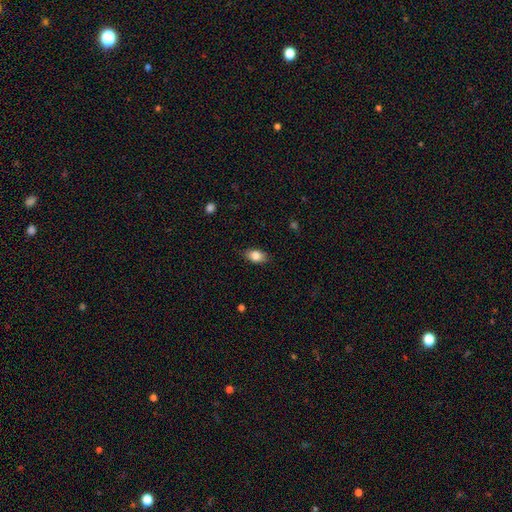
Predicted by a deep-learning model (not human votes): Morphology: type=smooth (84%); roundness=in between (87%); merging=none (84%).